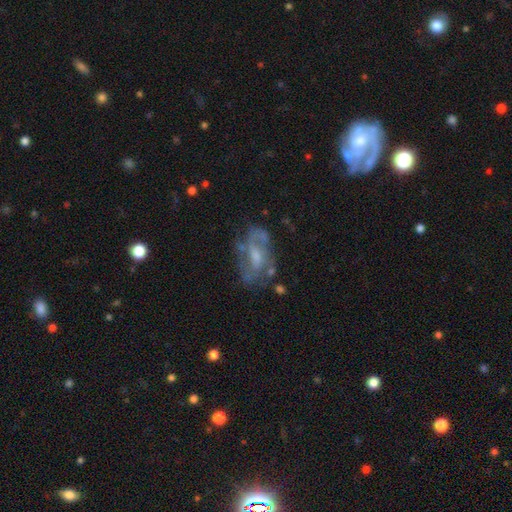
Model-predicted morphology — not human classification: Overall: featured or disk (69%). Edge-on disk: no (94%). Bar: no (45%; weak 42%). Spiral arms: yes (65%; no 35%). Bulge size: moderate (41%; small 37%). Merging: none (54%; minor disturbance 22%).